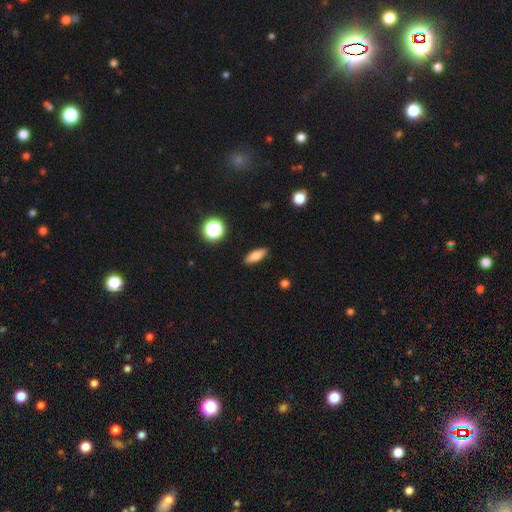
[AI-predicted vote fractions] smooth-or-featured: smooth: 73% | featured or disk: 18% | star or artifact: 9%
  how-rounded: in between: 59% | cigar-shaped: 36% | round: 5%
  merging: none: 89% | minor disturbance: 8% | major disturbance: 2% | merger: 1%